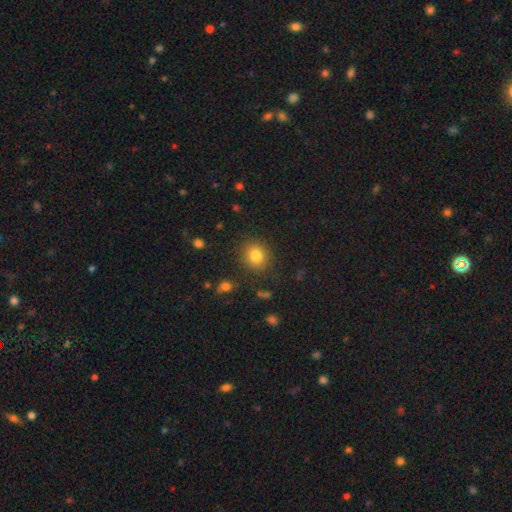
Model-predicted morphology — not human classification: This appears to be a smooth galaxy with no disk features (82%) that is round (84%). Merging: none (88%).